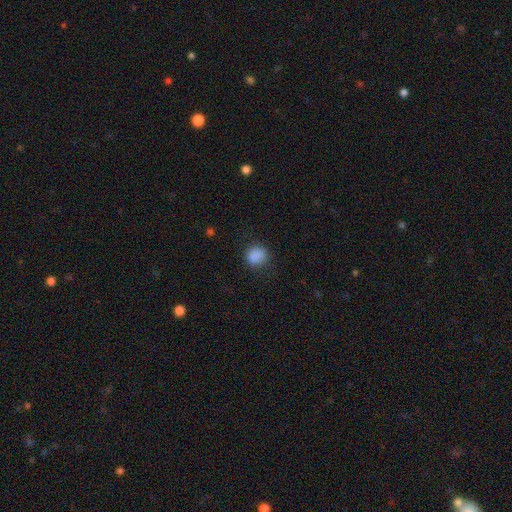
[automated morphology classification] Q: Smooth or featured?
A: smooth (87%); runner-up: star or artifact (10%)
Q: How rounded?
A: round (78%); runner-up: in between (21%)
Q: Merging?
A: none (82%); runner-up: minor disturbance (13%)